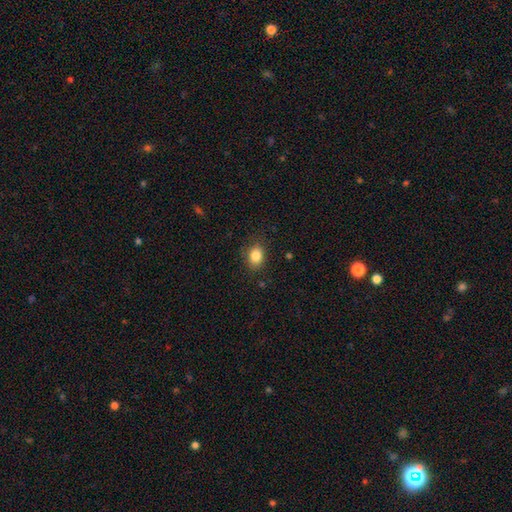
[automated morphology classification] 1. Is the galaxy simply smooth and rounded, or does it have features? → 85% smooth, 10% star or artifact, 6% featured or disk.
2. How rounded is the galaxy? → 62% in between, 37% round, 1% cigar-shaped.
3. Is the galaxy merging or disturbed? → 84% none, 12% minor disturbance, 3% major disturbance, 1% merger.